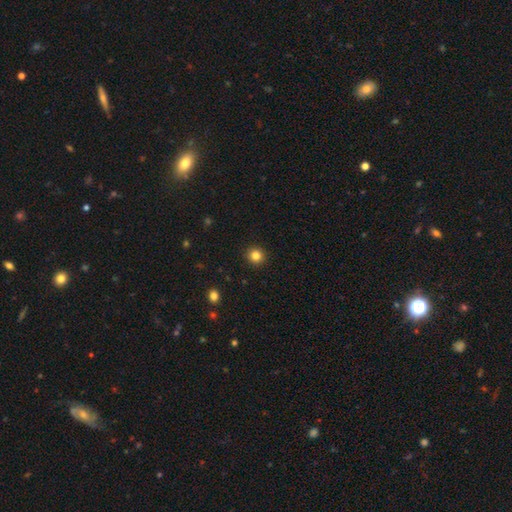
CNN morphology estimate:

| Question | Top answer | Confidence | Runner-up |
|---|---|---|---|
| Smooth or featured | smooth | 84% | star or artifact (12%) |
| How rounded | round | 94% | in between (5%) |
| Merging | none | 93% | minor disturbance (5%) |